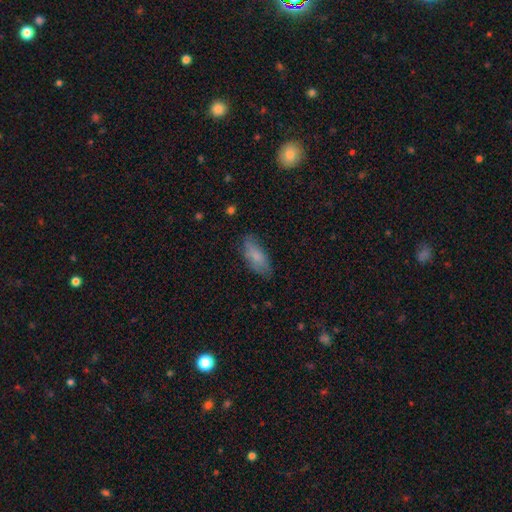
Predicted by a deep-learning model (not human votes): Smooth or featured?
  - smooth: 78% *
  - featured or disk: 16%
  - star or artifact: 7%
How rounded?
  - in between: 79% *
  - cigar-shaped: 19%
  - round: 2%
Merging?
  - none: 72% *
  - minor disturbance: 21%
  - major disturbance: 5%
  - merger: 1%